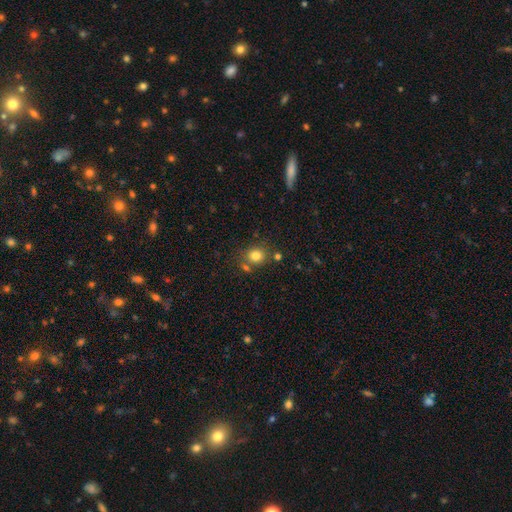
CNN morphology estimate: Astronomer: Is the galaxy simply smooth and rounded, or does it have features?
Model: smooth — 80%.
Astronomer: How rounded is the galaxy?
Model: round — 76%.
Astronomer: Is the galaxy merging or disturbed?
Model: none — 72%.